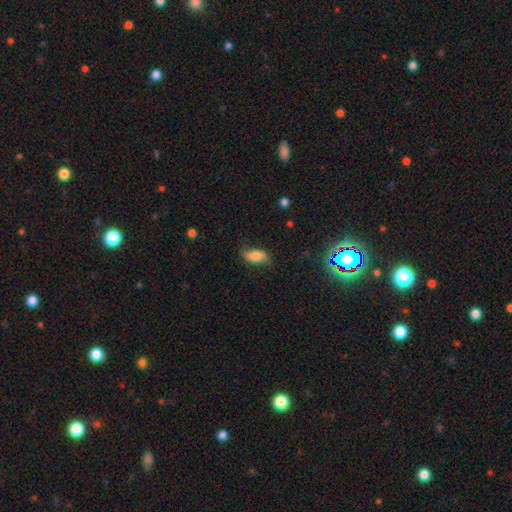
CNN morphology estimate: A smooth galaxy with no disk features (62%) that is in between round and cigar-shaped (85%).

Vote fractions:
- Smooth or featured? smooth: 62% / featured or disk: 29% / star or artifact: 8%
- How rounded? in between: 85% / cigar-shaped: 10% / round: 5%
- Merging? none: 69% / minor disturbance: 23% / major disturbance: 7% / merger: 1%